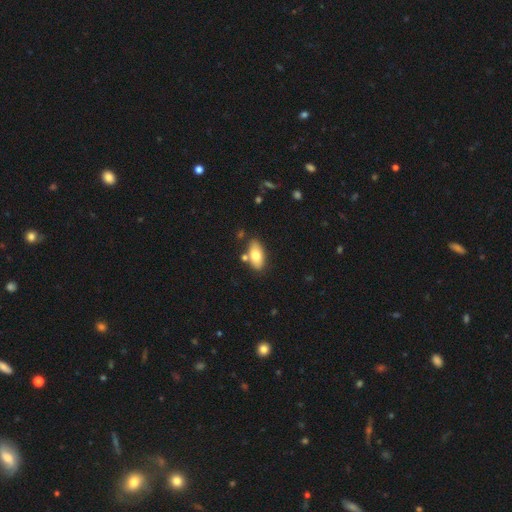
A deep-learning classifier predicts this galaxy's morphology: smooth-or-featured: smooth: 76% | featured or disk: 17% | star or artifact: 7%
  how-rounded: in between: 91% | cigar-shaped: 5% | round: 3%
  merging: none: 74% | minor disturbance: 14% | merger: 9% | major disturbance: 3%